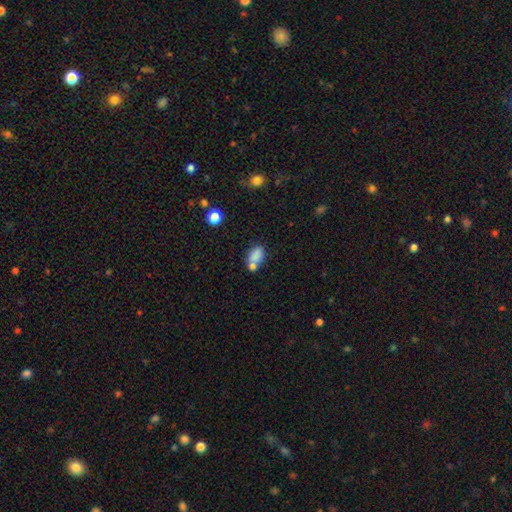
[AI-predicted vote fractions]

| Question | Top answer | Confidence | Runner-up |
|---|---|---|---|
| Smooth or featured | smooth | 81% | star or artifact (10%) |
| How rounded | in between | 84% | round (14%) |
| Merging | none | 47% | merger (33%) |